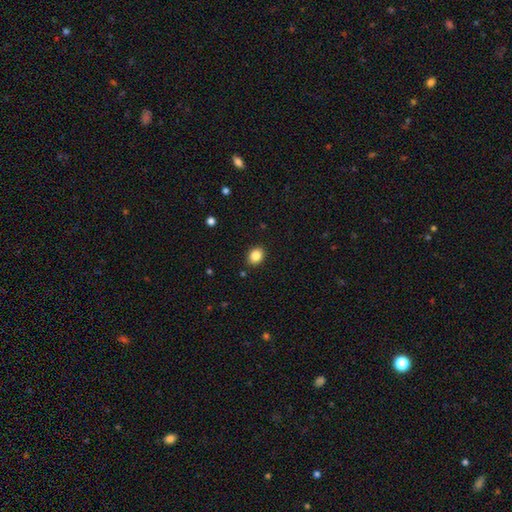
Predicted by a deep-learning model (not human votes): Smooth or featured? smooth (85%)
How rounded? in between (51%)
Merging? none (89%)